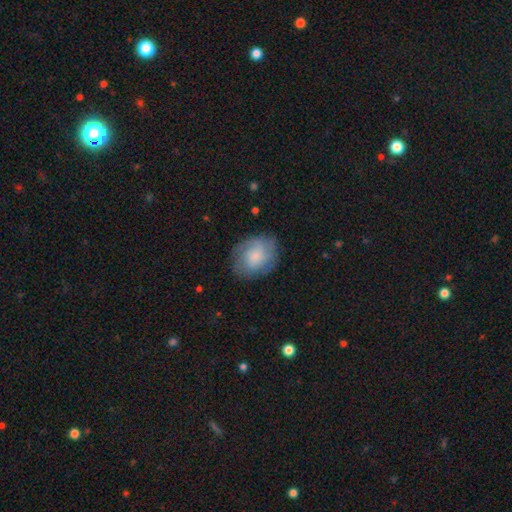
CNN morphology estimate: This appears to be a smooth galaxy with no disk features (52%) that is in between round and cigar-shaped (55%). Merging: none (74%).